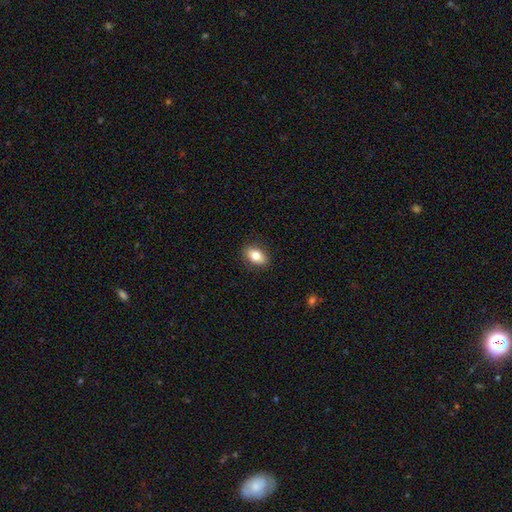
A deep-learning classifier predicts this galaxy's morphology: A smooth galaxy with no disk features (79%) that is in between round and cigar-shaped (88%). Merging: none (87%).